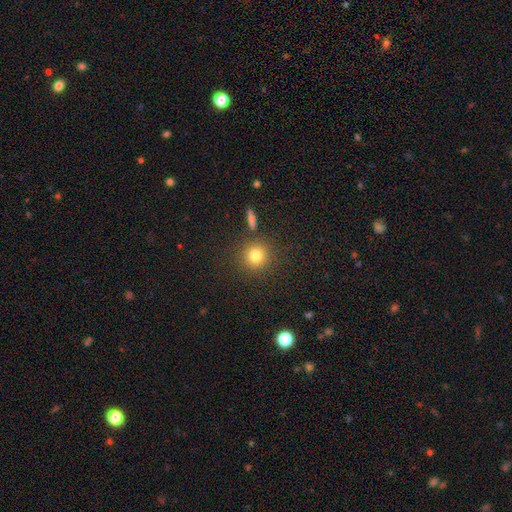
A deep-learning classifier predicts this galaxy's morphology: The model was most divided on "smooth or featured": smooth: 80%, star or artifact: 12%, featured or disk: 7%. More confident: how rounded — round (91%); merging — none (85%).